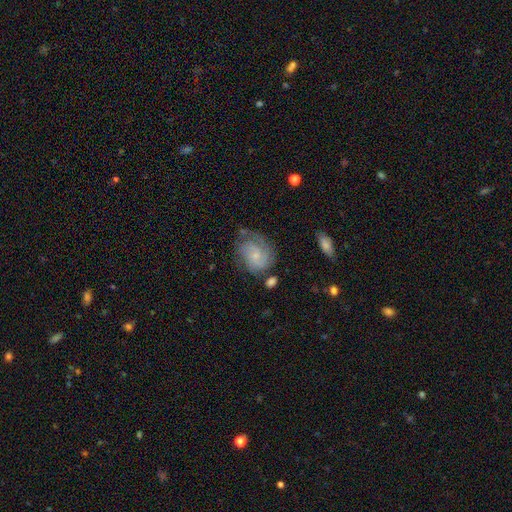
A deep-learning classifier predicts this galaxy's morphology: Overall: featured or disk (66%; smooth 27%). Edge-on disk: no (97%). Bar: no (74%). Spiral arms: yes (88%). Spiral arm count: can't tell (33%; 2 31%). Spiral winding: tight (53%; medium 33%). Bulge size: small (71%). Merging: none (56%; minor disturbance 25%).